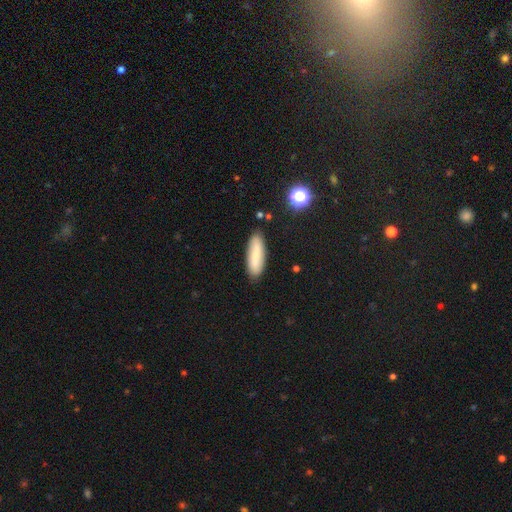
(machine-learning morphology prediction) A smooth galaxy with no disk features (71%) that is cigar-shaped (52%).

Vote fractions:
- Smooth or featured? smooth: 71% / featured or disk: 21% / star or artifact: 7%
- How rounded? cigar-shaped: 52% / in between: 46% / round: 2%
- Merging? none: 85% / minor disturbance: 11% / major disturbance: 2% / merger: 2%